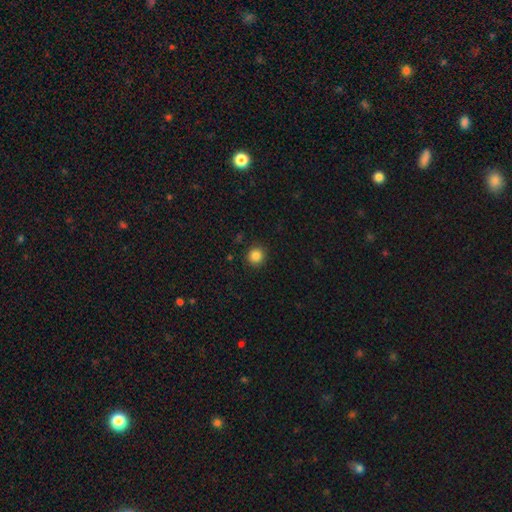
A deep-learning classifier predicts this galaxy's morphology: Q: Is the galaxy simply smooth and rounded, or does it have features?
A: smooth — 86%.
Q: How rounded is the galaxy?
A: round — 93%.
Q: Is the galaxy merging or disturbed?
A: none — 91%.